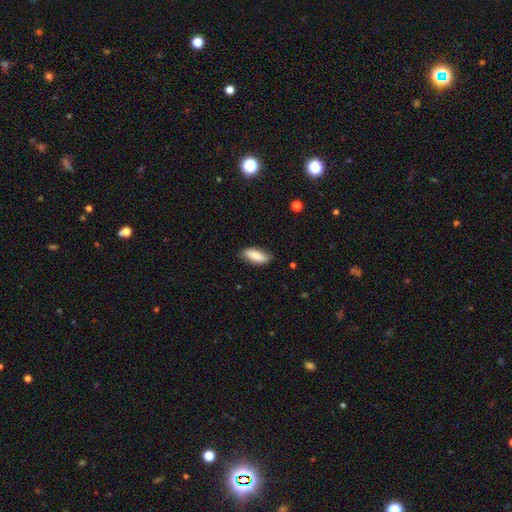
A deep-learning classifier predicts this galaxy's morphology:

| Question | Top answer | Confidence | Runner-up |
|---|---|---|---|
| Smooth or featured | smooth | 82% | featured or disk (12%) |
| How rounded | in between | 81% | cigar-shaped (17%) |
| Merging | none | 80% | minor disturbance (16%) |